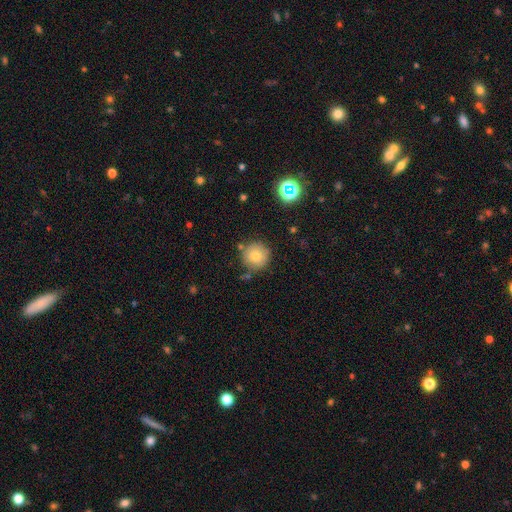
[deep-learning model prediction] Smooth or featured? smooth (77%)
How rounded? round (95%)
Merging? none (81%)